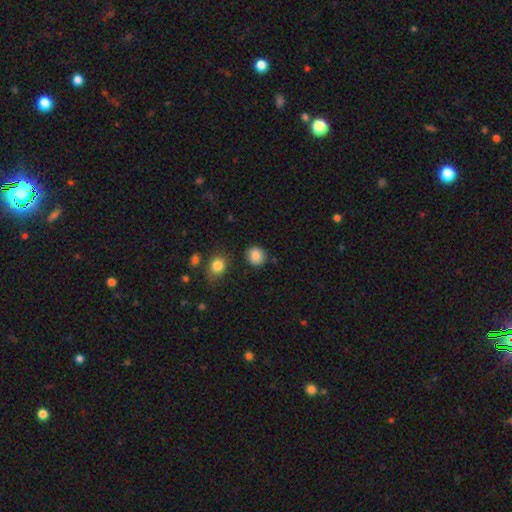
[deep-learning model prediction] Smooth or featured? Predicted: smooth (p=0.87). How rounded? Predicted: round (p=0.87). Merging? Predicted: none (p=0.86).